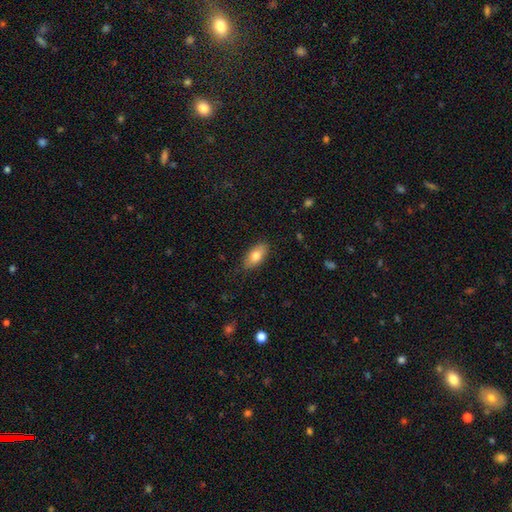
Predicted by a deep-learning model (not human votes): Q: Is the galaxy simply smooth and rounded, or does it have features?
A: smooth — 78%.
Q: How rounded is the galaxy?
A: in between — 88%.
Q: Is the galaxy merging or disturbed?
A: none — 83%.